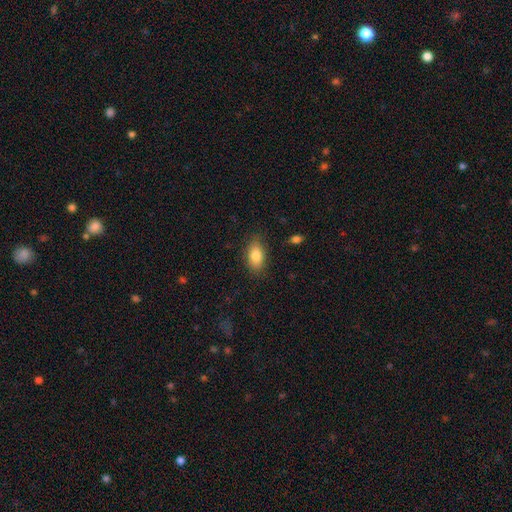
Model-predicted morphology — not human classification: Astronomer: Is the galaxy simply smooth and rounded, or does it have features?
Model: smooth — 83%.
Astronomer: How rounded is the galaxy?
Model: in between — 89%.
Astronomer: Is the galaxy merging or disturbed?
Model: none — 84%.